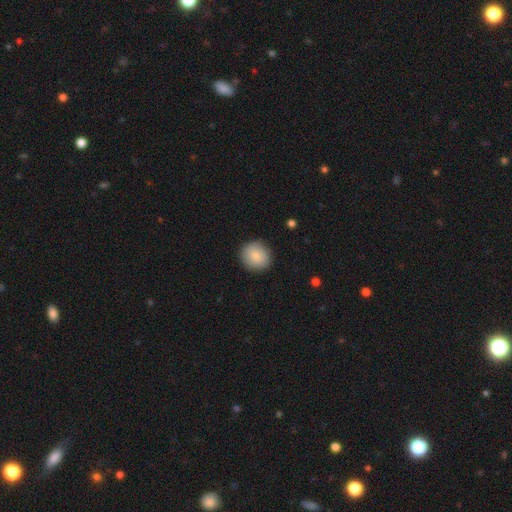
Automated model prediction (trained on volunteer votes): A smooth galaxy with no disk features (84%) that is round (88%). Merging: none (88%).